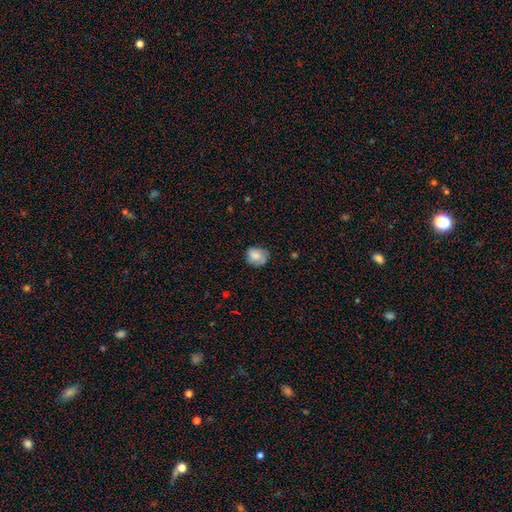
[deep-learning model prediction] This is likely a smooth galaxy (70%). How rounded: likely round (65%). Merging: likely none (67%).